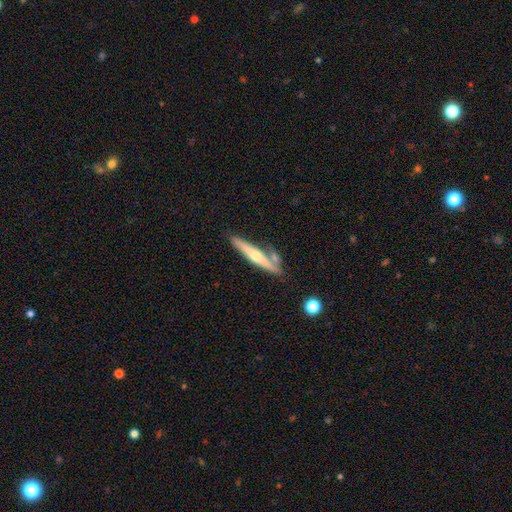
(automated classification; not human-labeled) Morphology: type=featured or disk (53%); edge-on=yes (93%); merging=none (68%).